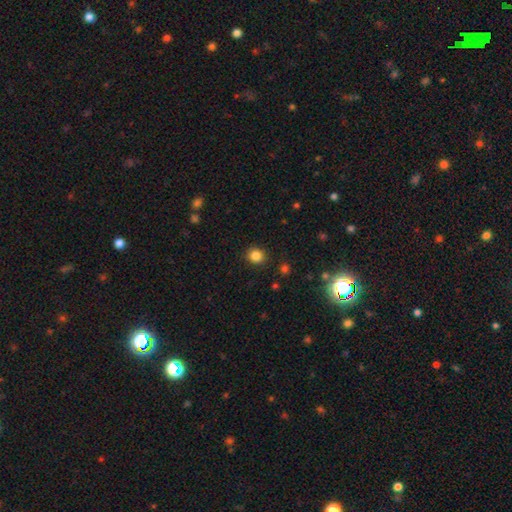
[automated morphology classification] smooth_or_featured: smooth (p=0.84) [alt: star or artifact p=0.12]
how_rounded: round (p=0.84) [alt: in between p=0.16]
merging: none (p=0.90) [alt: minor disturbance p=0.07]